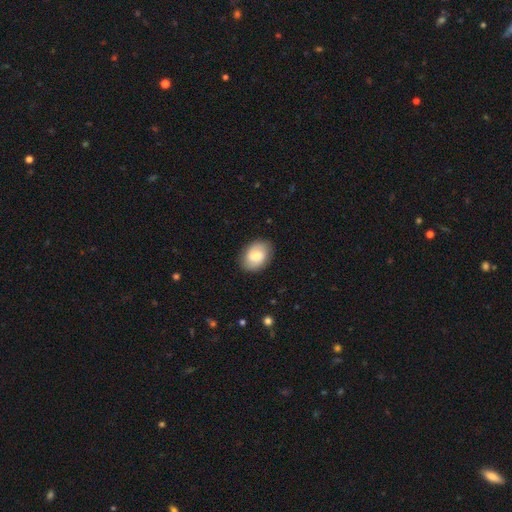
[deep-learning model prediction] smooth-or-featured: smooth: 60% | featured or disk: 33% | star or artifact: 7%
  how-rounded: in between: 76% | round: 23% | cigar-shaped: 1%
  merging: none: 86% | minor disturbance: 10% | major disturbance: 3% | merger: 1%